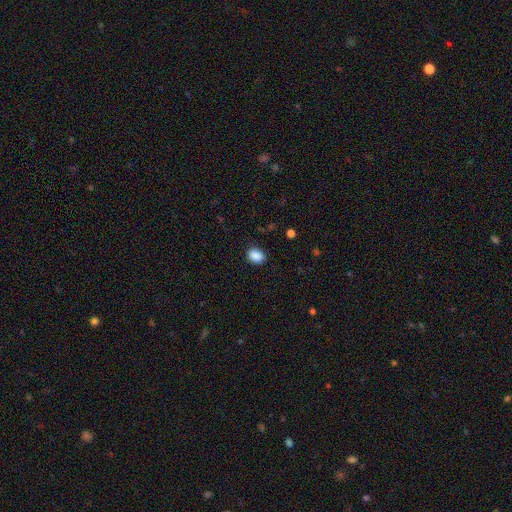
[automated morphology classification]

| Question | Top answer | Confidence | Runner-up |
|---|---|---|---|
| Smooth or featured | smooth | 89% | star or artifact (8%) |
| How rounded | in between | 68% | round (31%) |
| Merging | none | 86% | minor disturbance (11%) |